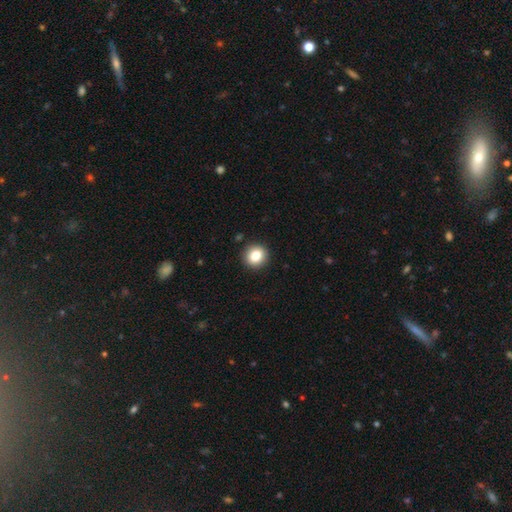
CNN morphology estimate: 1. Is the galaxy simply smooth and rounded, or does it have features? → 83% smooth, 10% star or artifact, 7% featured or disk.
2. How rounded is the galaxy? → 89% round, 10% in between, 1% cigar-shaped.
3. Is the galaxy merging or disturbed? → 92% none, 6% minor disturbance, 2% major disturbance, 1% merger.